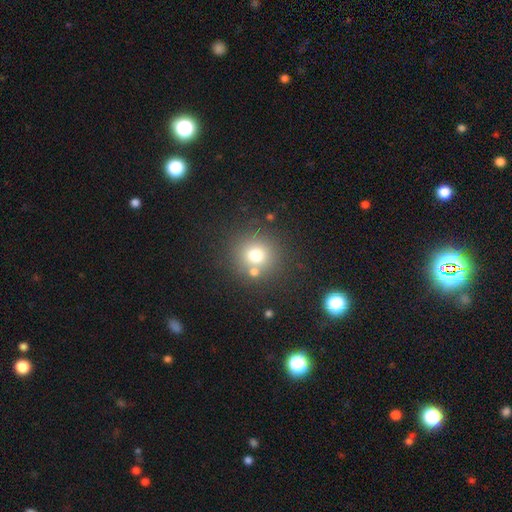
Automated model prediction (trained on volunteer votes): The model was most divided on "smooth or featured": smooth: 71%, star or artifact: 16%, featured or disk: 12%. More confident: how rounded — round (93%); merging — none (75%).